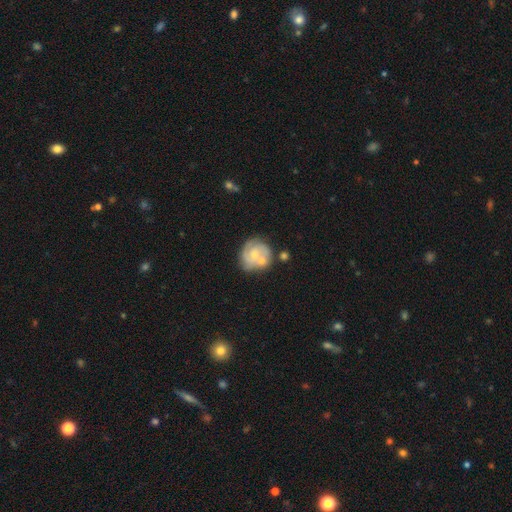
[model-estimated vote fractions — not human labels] Morphology: type=featured or disk (58%); edge-on=no (98%); bar=no (76%); spiral arms=yes (74%); bulge=small (49%); merging=none (47%).